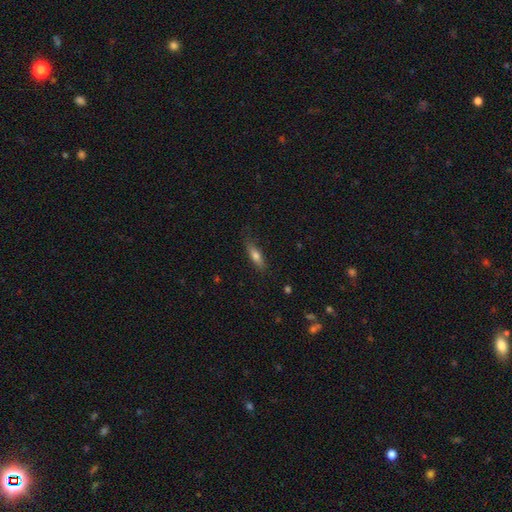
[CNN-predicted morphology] Smooth or featured? smooth (69%)
How rounded? cigar-shaped (54%)
Merging? none (76%)